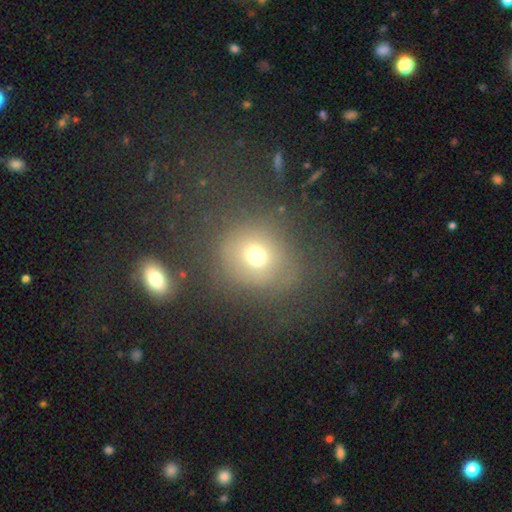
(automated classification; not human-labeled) Morphology: type=smooth (66%); roundness=round (81%); merging=none (68%).